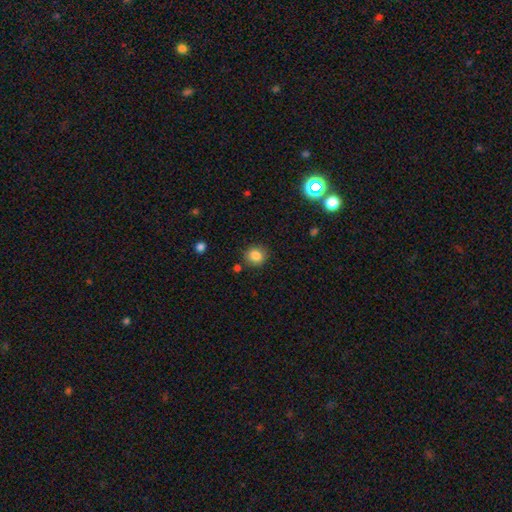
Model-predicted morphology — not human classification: A smooth galaxy with no disk features (84%) that is round (86%).

Vote fractions:
- Smooth or featured? smooth: 84% / star or artifact: 11% / featured or disk: 5%
- How rounded? round: 86% / in between: 13% / cigar-shaped: 1%
- Merging? none: 85% / minor disturbance: 9% / merger: 3% / major disturbance: 3%